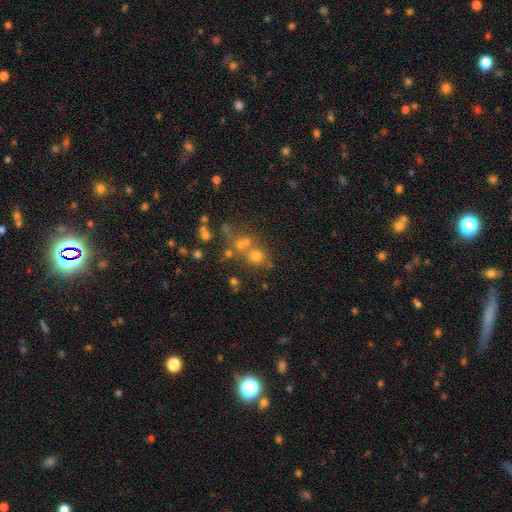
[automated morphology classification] The model was most divided on "smooth or featured" (2-way tie): star or artifact: 42%, smooth: 42%, featured or disk: 17%.